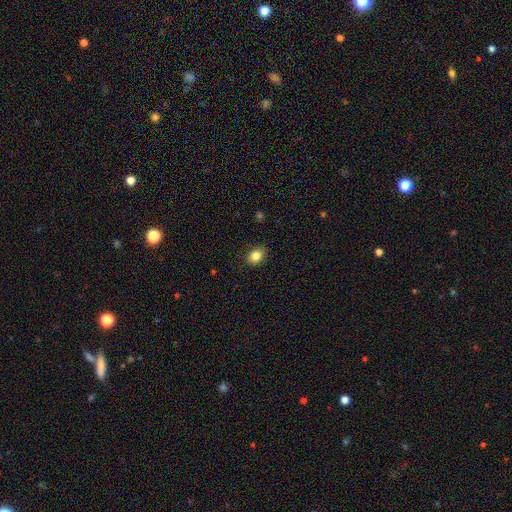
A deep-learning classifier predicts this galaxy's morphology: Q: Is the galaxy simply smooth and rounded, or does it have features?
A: smooth — 85%.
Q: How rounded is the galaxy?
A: in between — 59%.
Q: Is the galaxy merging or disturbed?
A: none — 87%.